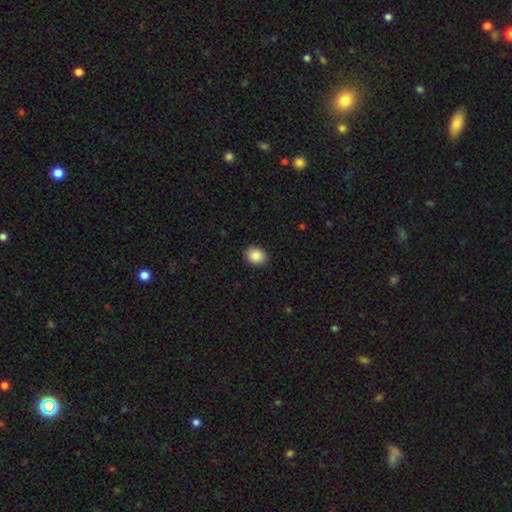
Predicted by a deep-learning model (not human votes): This appears to be a smooth galaxy with no disk features (88%) that is round (58%). Merging: none (90%).